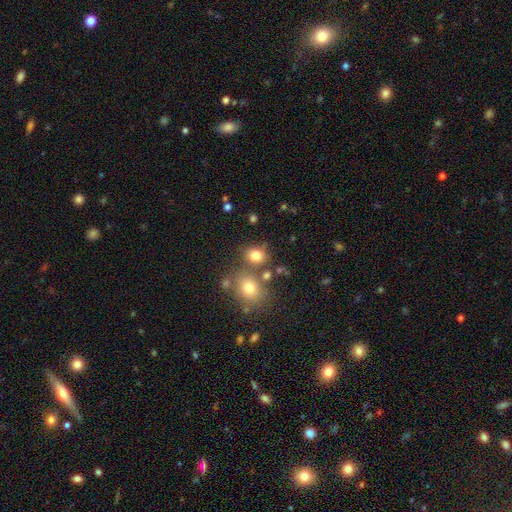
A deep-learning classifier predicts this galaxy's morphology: This appears to be a smooth galaxy with no disk features (77%) that is round (58%). Merging: none (62%).